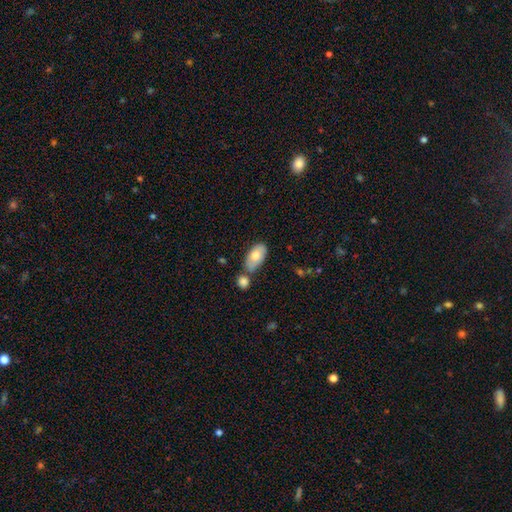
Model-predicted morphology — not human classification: A smooth galaxy with no disk features (76%) that is in between round and cigar-shaped (94%). Merging: none (54%).